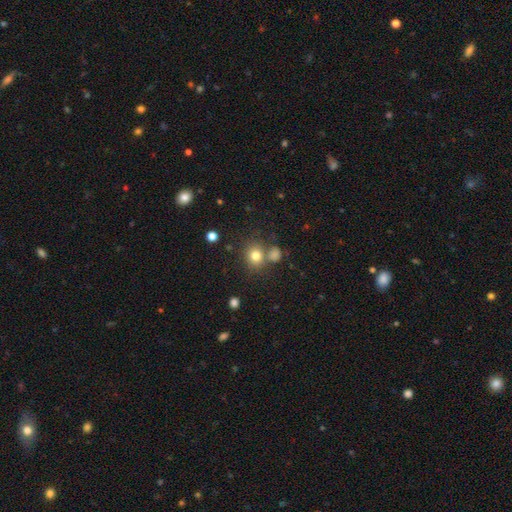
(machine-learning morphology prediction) smooth-or-featured: smooth: 78% | star or artifact: 14% | featured or disk: 8%
  how-rounded: round: 78% | in between: 21% | cigar-shaped: 1%
  merging: none: 66% | merger: 19% | minor disturbance: 11% | major disturbance: 4%